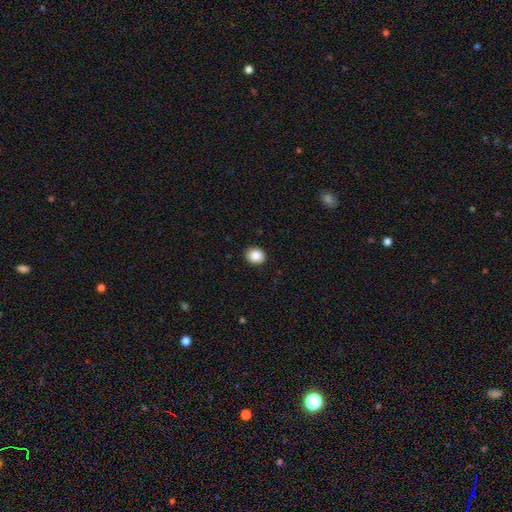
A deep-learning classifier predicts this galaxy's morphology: Smooth or featured?
  - smooth: 88% *
  - star or artifact: 9%
  - featured or disk: 3%
How rounded?
  - round: 67% *
  - in between: 32%
  - cigar-shaped: 1%
Merging?
  - none: 91% *
  - minor disturbance: 6%
  - major disturbance: 2%
  - merger: 1%